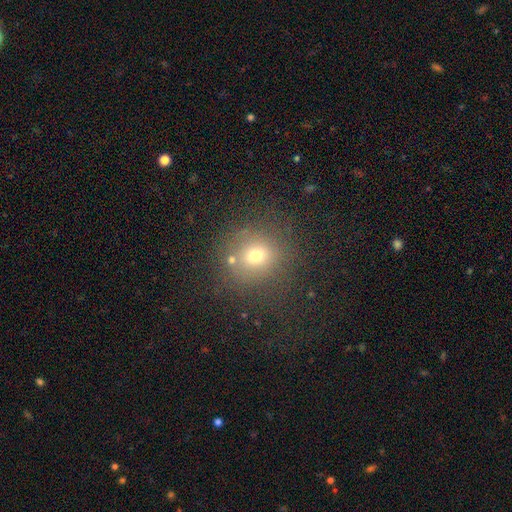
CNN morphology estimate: A smooth galaxy with no disk features (68%) that is round (87%). Merging: none (74%).